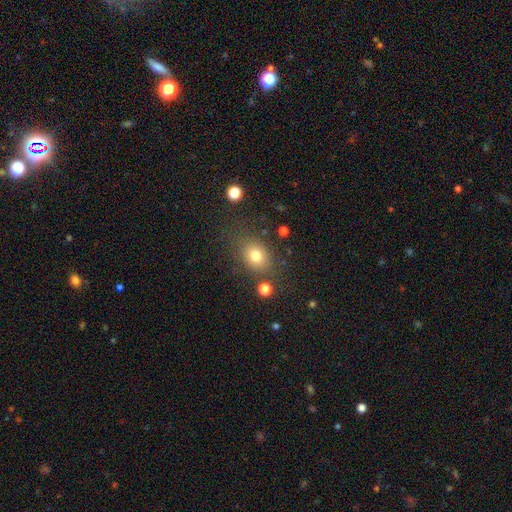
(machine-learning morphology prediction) A smooth galaxy with no disk features (77%) that is in between round and cigar-shaped (58%). Merging: none (74%).